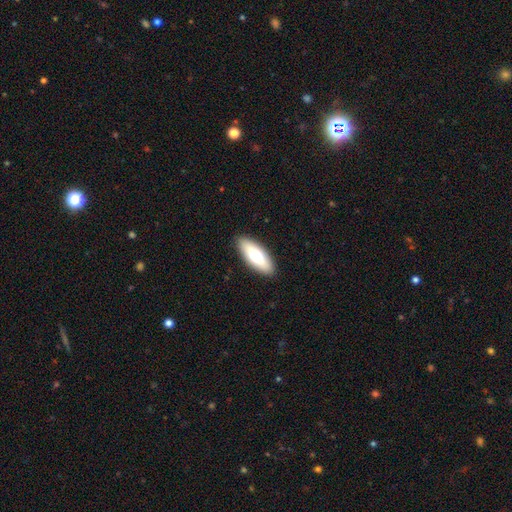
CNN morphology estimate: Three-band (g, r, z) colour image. It shows a smooth galaxy with no disk features (73%) that is in between round and cigar-shaped (67%). Merging: none (90%).